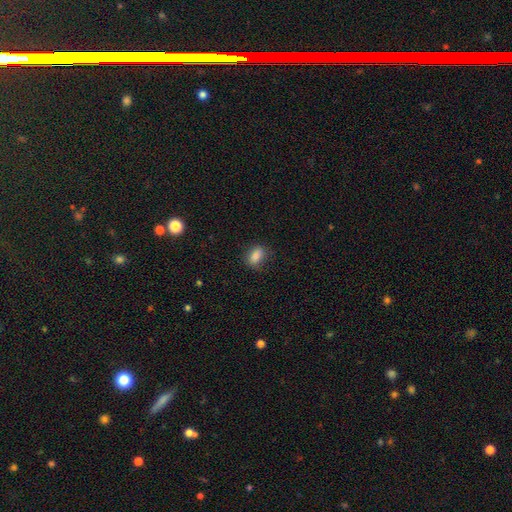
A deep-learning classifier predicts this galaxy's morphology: Q: Smooth or featured?
A: smooth (82%); runner-up: star or artifact (10%)
Q: How rounded?
A: in between (78%); runner-up: round (17%)
Q: Merging?
A: none (80%); runner-up: minor disturbance (15%)